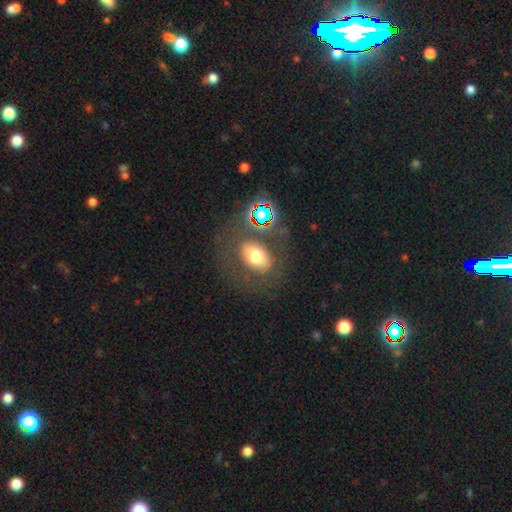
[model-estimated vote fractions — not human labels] Smooth or featured?
  - smooth: 60% *
  - featured or disk: 24%
  - star or artifact: 16%
How rounded?
  - in between: 73% *
  - round: 25%
  - cigar-shaped: 1%
Merging?
  - none: 67% *
  - minor disturbance: 14%
  - major disturbance: 13%
  - merger: 6%